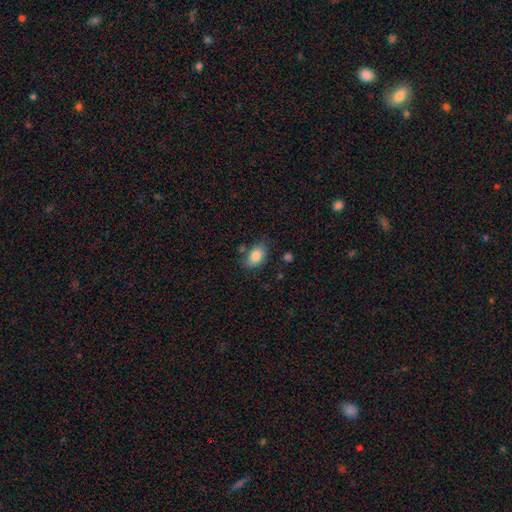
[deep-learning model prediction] Morphology: type=smooth (84%); roundness=in between (83%); merging=none (70%).